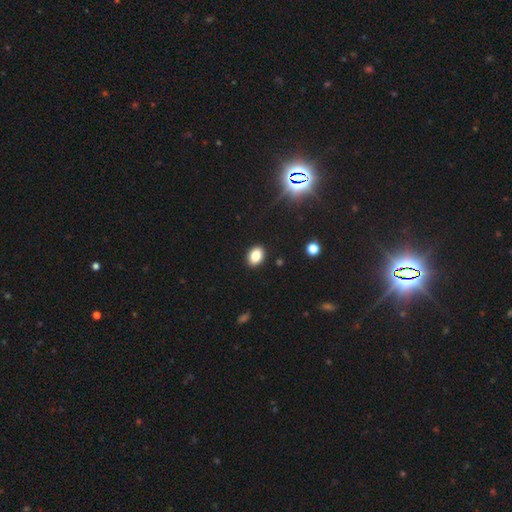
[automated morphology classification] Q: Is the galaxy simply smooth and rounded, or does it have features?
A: smooth — 83%.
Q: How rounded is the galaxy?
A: in between — 73%.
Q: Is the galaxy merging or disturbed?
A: none — 90%.